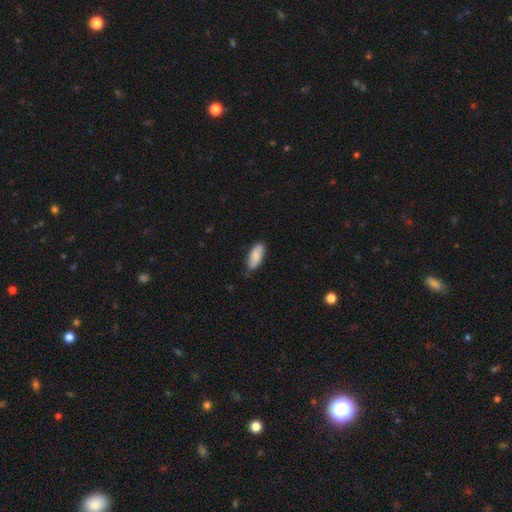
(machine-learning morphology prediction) smooth_or_featured: smooth (p=0.78) [alt: featured or disk p=0.16]
how_rounded: in between (p=0.84) [alt: cigar-shaped p=0.14]
merging: none (p=0.70) [alt: minor disturbance p=0.25]